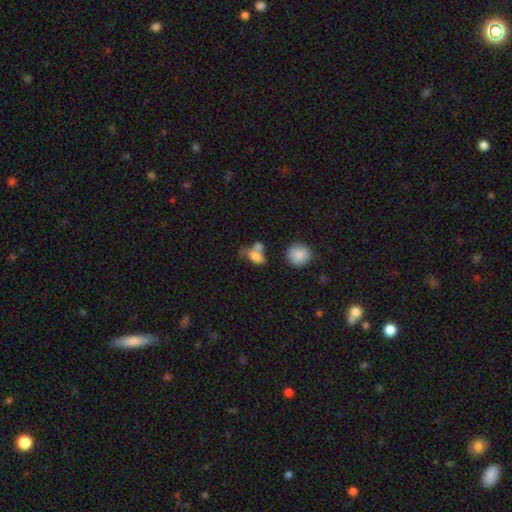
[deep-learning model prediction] Smooth or featured? Predicted: smooth (p=0.77). How rounded? Predicted: in between (p=0.81). Merging? Predicted: merger (p=0.39).